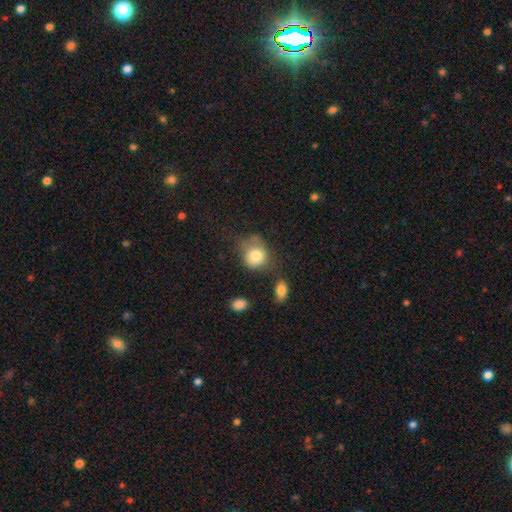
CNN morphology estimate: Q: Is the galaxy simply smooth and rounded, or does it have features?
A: smooth — 79%.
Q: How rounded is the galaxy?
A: round — 71%.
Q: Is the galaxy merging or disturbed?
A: none — 42%.